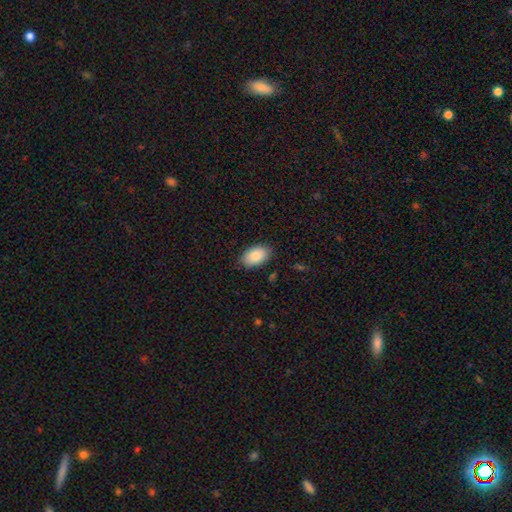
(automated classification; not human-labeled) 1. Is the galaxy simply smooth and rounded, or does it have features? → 86% smooth, 7% featured or disk, 7% star or artifact.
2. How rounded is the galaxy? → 92% in between, 6% round, 1% cigar-shaped.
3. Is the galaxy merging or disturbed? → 85% none, 11% minor disturbance, 2% major disturbance, 1% merger.